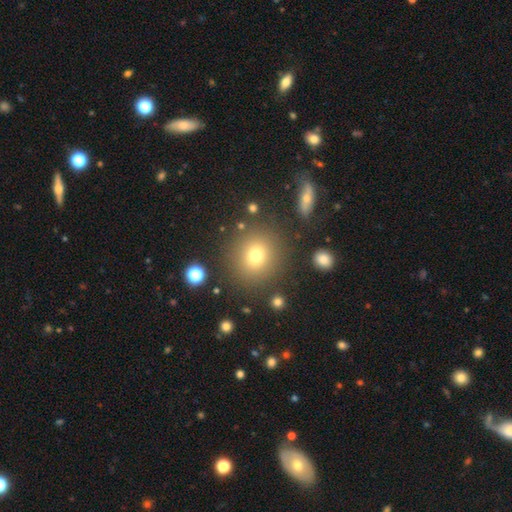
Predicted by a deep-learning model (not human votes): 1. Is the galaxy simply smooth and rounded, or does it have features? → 73% smooth, 16% star or artifact, 11% featured or disk.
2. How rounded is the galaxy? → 87% round, 12% in between, 1% cigar-shaped.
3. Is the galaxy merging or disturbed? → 84% none, 8% minor disturbance, 4% merger, 4% major disturbance.